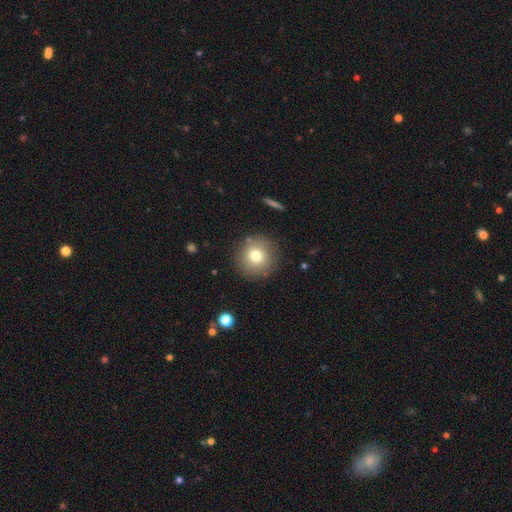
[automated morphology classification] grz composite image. It shows a smooth galaxy with no disk features (76%) that is round (94%). Merging: none (87%).